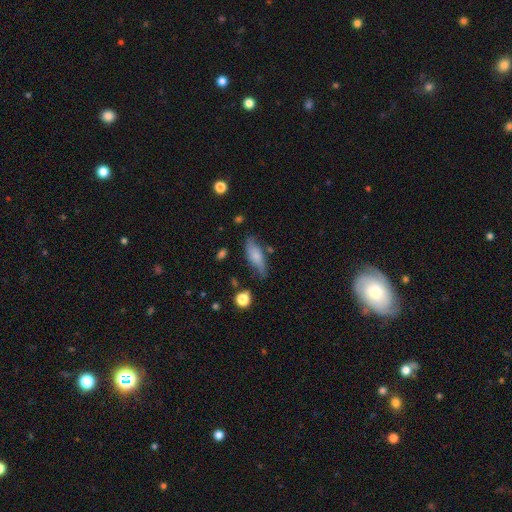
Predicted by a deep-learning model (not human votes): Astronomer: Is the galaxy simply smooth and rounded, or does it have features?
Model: smooth — 70%.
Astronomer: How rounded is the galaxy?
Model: in between — 66%.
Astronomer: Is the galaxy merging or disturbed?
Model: none — 61%.